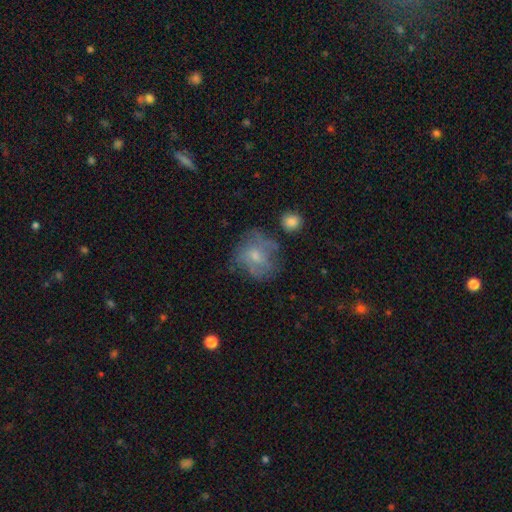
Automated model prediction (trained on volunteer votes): Q: Smooth or featured?
A: smooth (46%); runner-up: featured or disk (45%)
Q: Merging?
A: none (51%); runner-up: minor disturbance (26%)